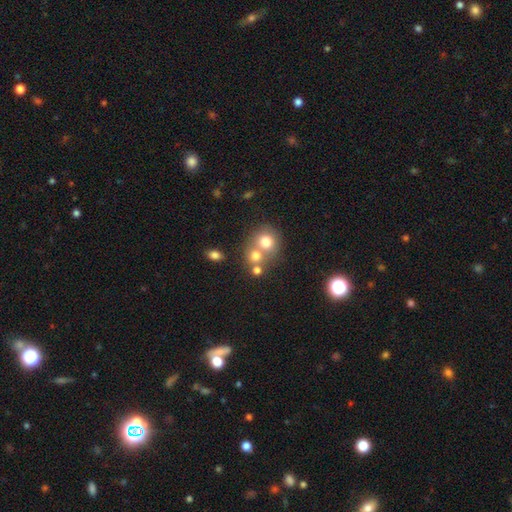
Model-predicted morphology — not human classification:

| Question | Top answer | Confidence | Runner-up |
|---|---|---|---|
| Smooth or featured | smooth | 72% | featured or disk (15%) |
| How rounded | round | 77% | in between (22%) |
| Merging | merger | 49% | none (39%) |